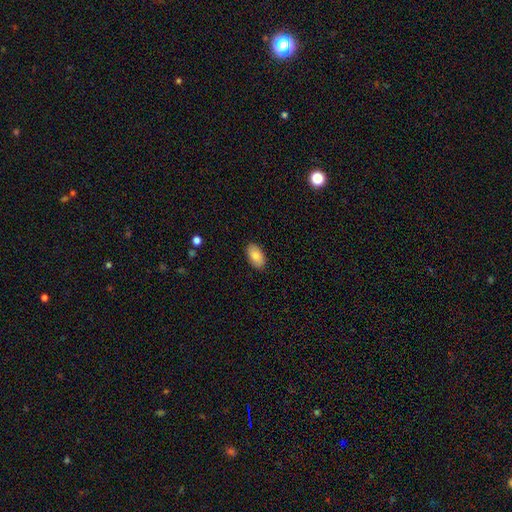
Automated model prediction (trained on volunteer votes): A smooth galaxy with no disk features (84%) that is in between round and cigar-shaped (94%). Merging: none (88%).